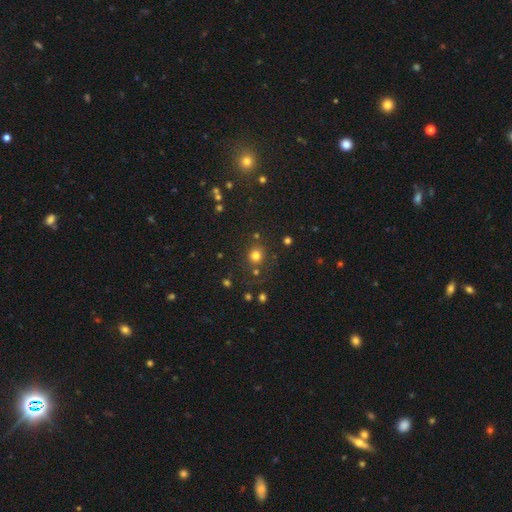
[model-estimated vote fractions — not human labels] Smooth or featured? smooth (76%)
How rounded? round (89%)
Merging? none (79%)